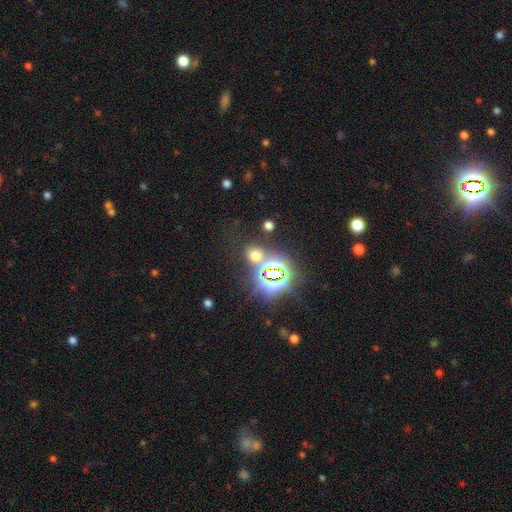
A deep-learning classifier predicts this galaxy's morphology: The model was most divided on "smooth or featured": star or artifact: 47%, smooth: 46%, featured or disk: 7%.